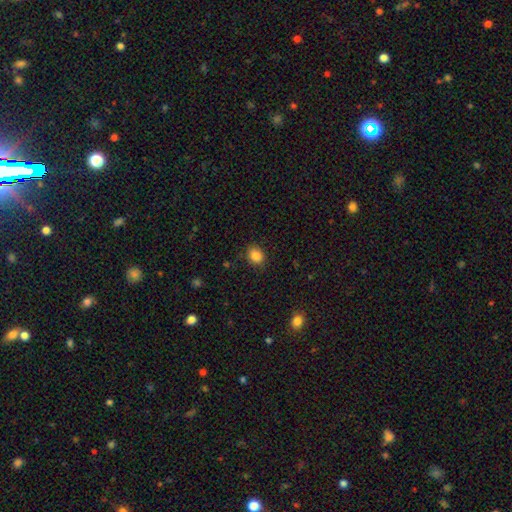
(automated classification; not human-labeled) Overall: smooth (86%). How rounded: round (64%; in between 35%). Merging: none (87%).